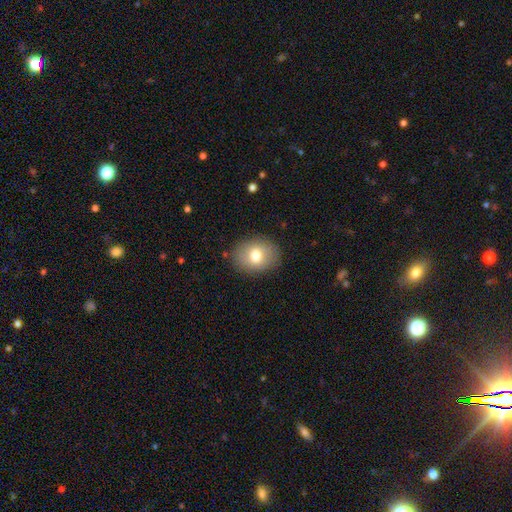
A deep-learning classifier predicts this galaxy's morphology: smooth-or-featured: smooth: 75% | featured or disk: 16% | star or artifact: 9%
  how-rounded: in between: 56% | round: 43% | cigar-shaped: 1%
  merging: none: 86% | minor disturbance: 10% | major disturbance: 3% | merger: 1%